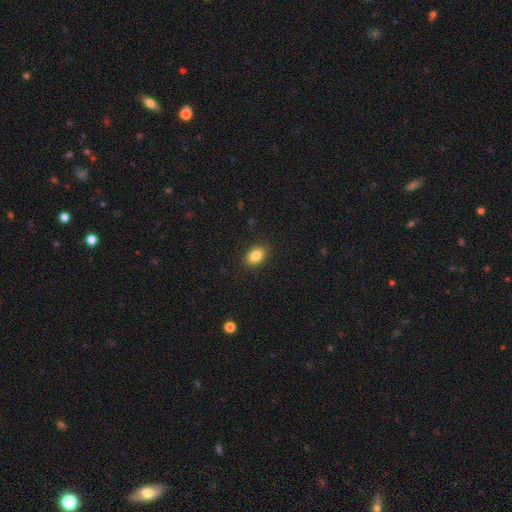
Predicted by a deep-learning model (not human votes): smooth 85%, star or artifact 9%, featured or disk 6%. Down the decision tree: how rounded — in between (78%); merging — none (89%).